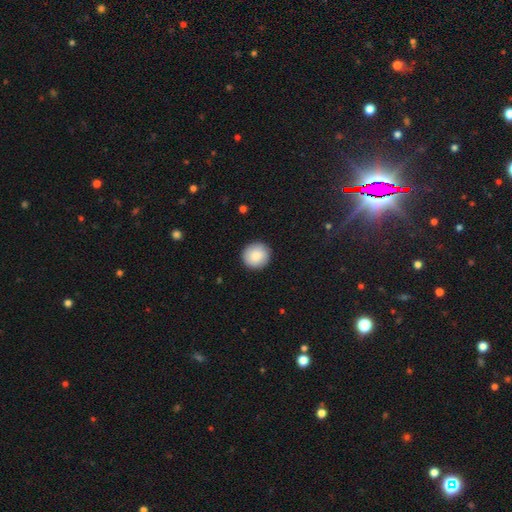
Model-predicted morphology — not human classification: type=smooth (88%); roundness=round (95%); merging=none (92%).